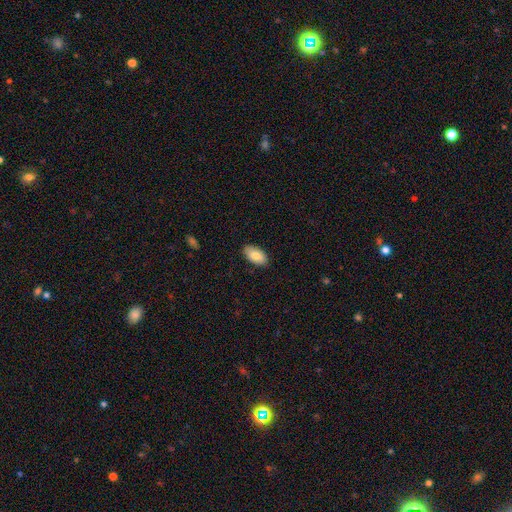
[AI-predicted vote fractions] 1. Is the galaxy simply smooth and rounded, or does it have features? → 80% smooth, 13% featured or disk, 6% star or artifact.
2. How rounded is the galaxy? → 95% in between, 3% round, 2% cigar-shaped.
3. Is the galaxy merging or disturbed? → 88% none, 10% minor disturbance, 2% major disturbance, 1% merger.